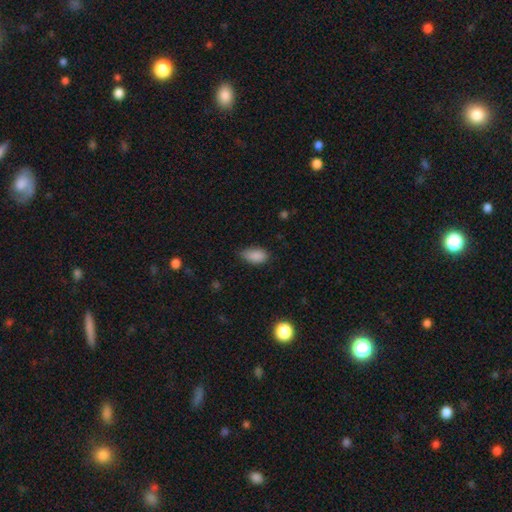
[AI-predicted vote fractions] Q: Smooth or featured?
A: smooth (87%); runner-up: star or artifact (8%)
Q: How rounded?
A: in between (92%); runner-up: round (5%)
Q: Merging?
A: none (65%); runner-up: minor disturbance (29%)